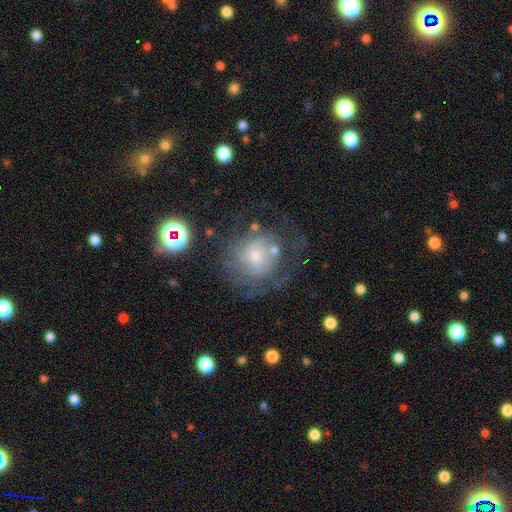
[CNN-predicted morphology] smooth_or_featured: featured or disk (p=0.67) [alt: smooth p=0.21]
disk_edge_on: no (p=0.97) [alt: yes p=0.03]
bar: no (p=0.75) [alt: weak p=0.22]
has_spiral_arms: yes (p=0.81) [alt: no p=0.19]
spiral_winding: tight (p=0.55) [alt: medium p=0.32]
spiral_arm_count: can't tell (p=0.52) [alt: 2 p=0.13]
bulge_size: small (p=0.54) [alt: moderate p=0.37]
merging: none (p=0.56) [alt: major disturbance p=0.21]